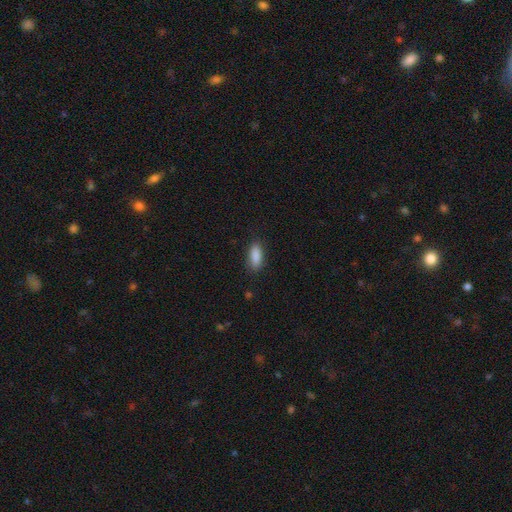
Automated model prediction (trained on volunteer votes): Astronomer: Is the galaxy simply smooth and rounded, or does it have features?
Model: smooth — 88%.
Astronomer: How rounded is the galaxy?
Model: in between — 74%.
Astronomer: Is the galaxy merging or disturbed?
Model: none — 83%.